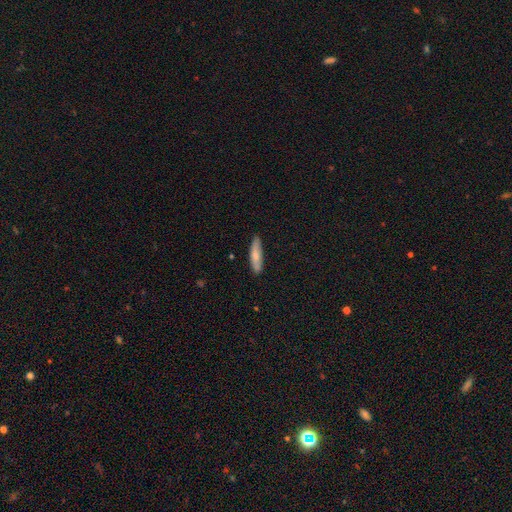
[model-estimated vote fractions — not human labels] The model was most divided on "how rounded": cigar-shaped: 73%, in between: 26%, round: 1%. More confident: merging — none (80%); smooth or featured — smooth (74%).